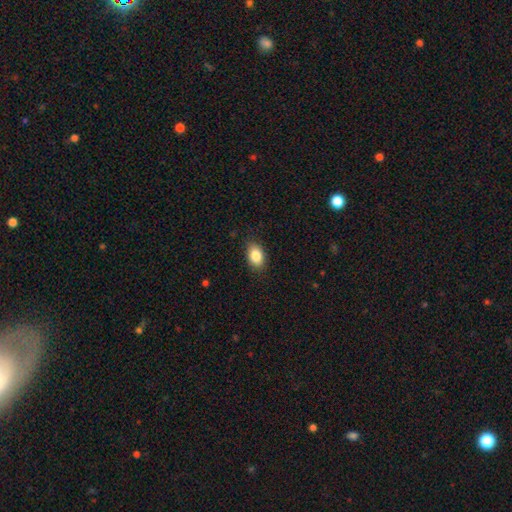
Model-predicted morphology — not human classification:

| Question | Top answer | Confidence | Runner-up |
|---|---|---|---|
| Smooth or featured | smooth | 86% | star or artifact (8%) |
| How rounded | in between | 86% | round (12%) |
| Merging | none | 86% | minor disturbance (11%) |